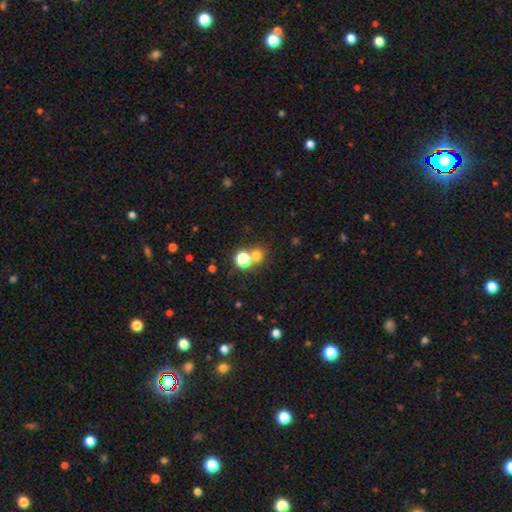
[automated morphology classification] smooth 67%, star or artifact 25%, featured or disk 8%. Down the decision tree: how rounded — round (86%); merging — none (61%).